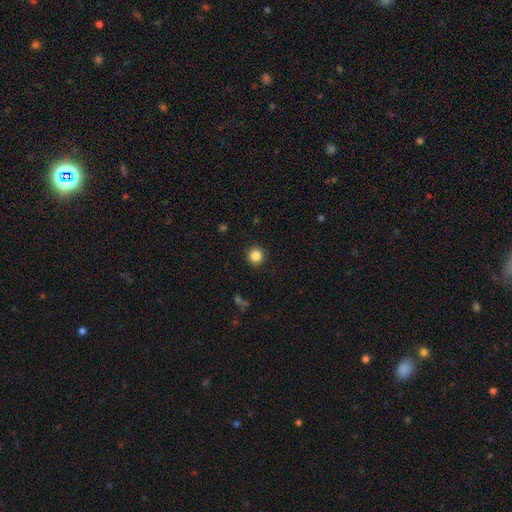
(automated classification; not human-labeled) A smooth galaxy with no disk features (85%) that is round (94%).

Vote fractions:
- Smooth or featured? smooth: 85% / star or artifact: 11% / featured or disk: 4%
- How rounded? round: 94% / in between: 5% / cigar-shaped: 1%
- Merging? none: 91% / minor disturbance: 6% / major disturbance: 2% / merger: 1%